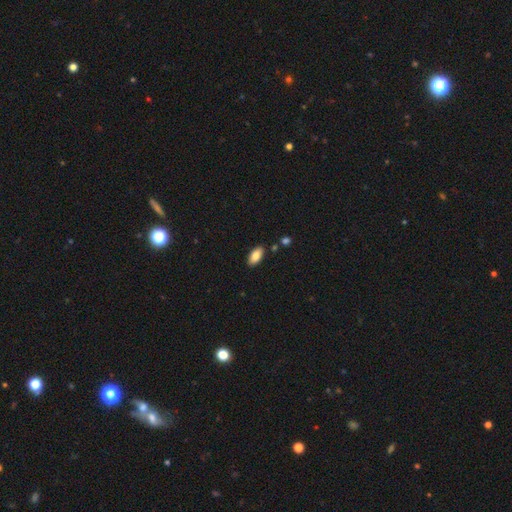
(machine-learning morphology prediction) type=smooth (85%); roundness=in between (93%); merging=none (86%).